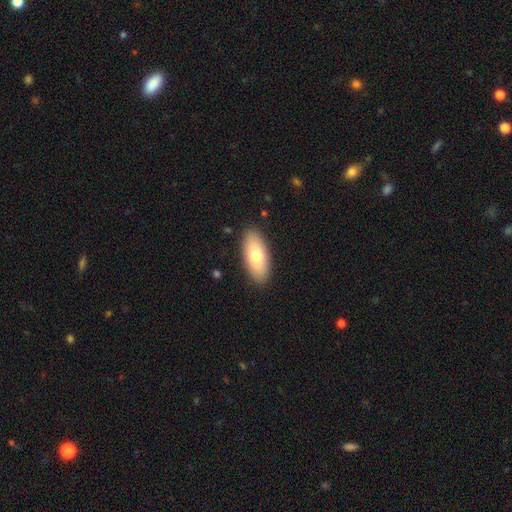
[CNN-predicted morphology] Overall: smooth (74%). How rounded: in between (85%). Merging: none (89%).